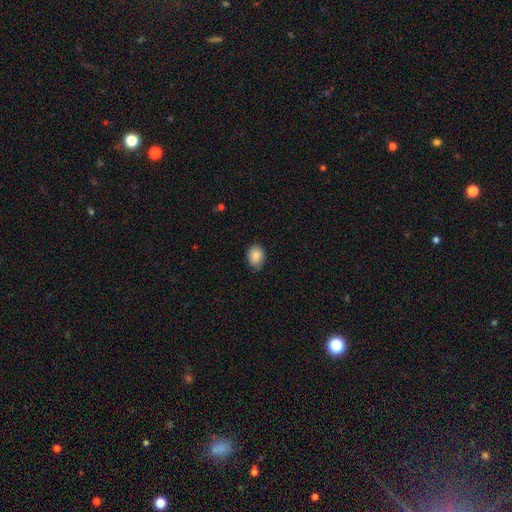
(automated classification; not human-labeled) smooth_or_featured: smooth (p=0.87) [alt: star or artifact p=0.07]
how_rounded: in between (p=0.62) [alt: round p=0.37]
merging: none (p=0.71) [alt: minor disturbance p=0.24]